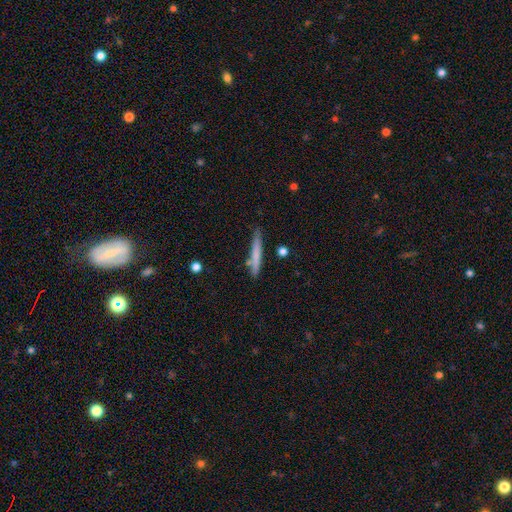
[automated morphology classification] A smooth galaxy with no disk features (68%) that is cigar-shaped (95%).

Vote fractions:
- Smooth or featured? smooth: 68% / featured or disk: 26% / star or artifact: 6%
- How rounded? cigar-shaped: 95% / in between: 4% / round: 1%
- Merging? none: 79% / minor disturbance: 14% / merger: 5% / major disturbance: 3%